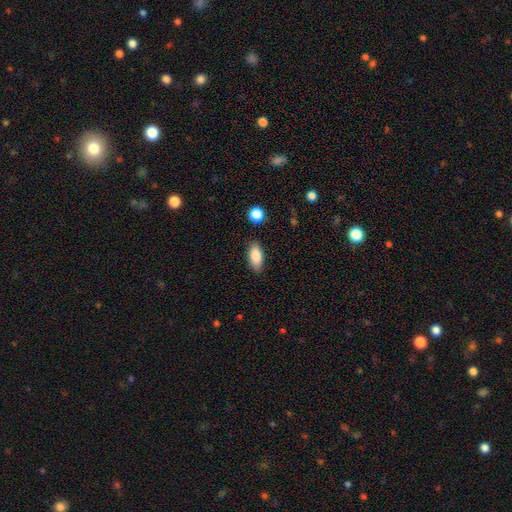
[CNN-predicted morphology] The model was most divided on "merging": none: 85%, minor disturbance: 11%, major disturbance: 2%, merger: 2%. More confident: how rounded — in between (86%); smooth or featured — smooth (84%).